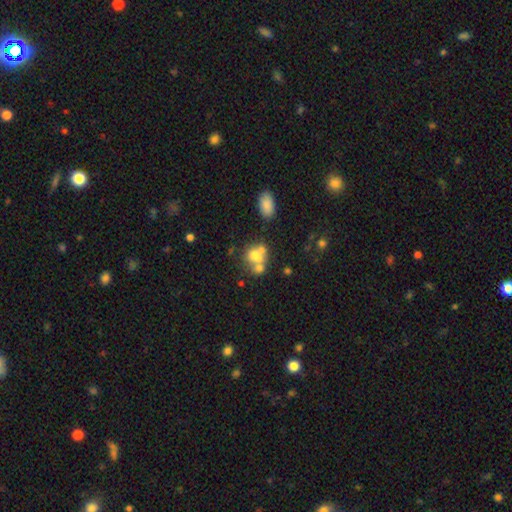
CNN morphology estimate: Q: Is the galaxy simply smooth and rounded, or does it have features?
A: smooth — 61%.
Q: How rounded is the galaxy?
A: round — 53%.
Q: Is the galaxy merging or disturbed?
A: merger — 52%.